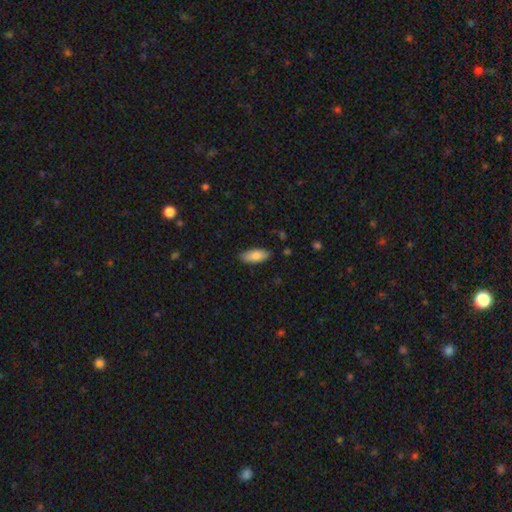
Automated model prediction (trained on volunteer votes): The model was most divided on "how rounded": in between: 82%, cigar-shaped: 17%, round: 2%. More confident: smooth or featured — smooth (85%); merging — none (84%).